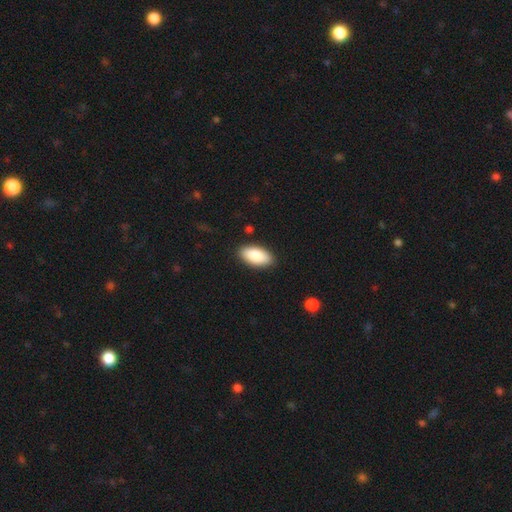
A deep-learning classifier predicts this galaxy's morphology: Q: Smooth or featured?
A: smooth (86%); runner-up: featured or disk (8%)
Q: How rounded?
A: in between (93%); runner-up: cigar-shaped (5%)
Q: Merging?
A: none (88%); runner-up: minor disturbance (9%)